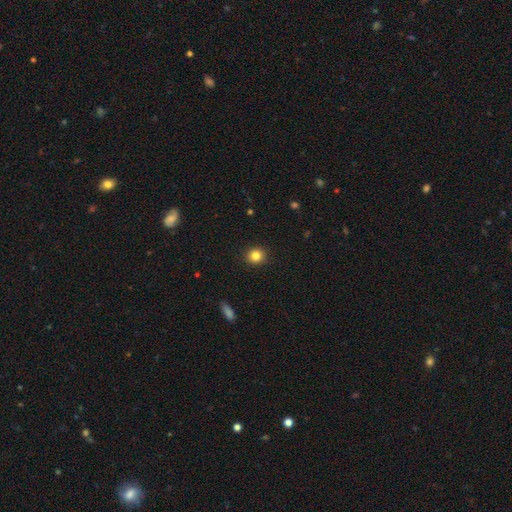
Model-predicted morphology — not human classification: The model was most divided on "smooth or featured": smooth: 83%, star or artifact: 11%, featured or disk: 5%. More confident: merging — none (92%); how rounded — round (88%).